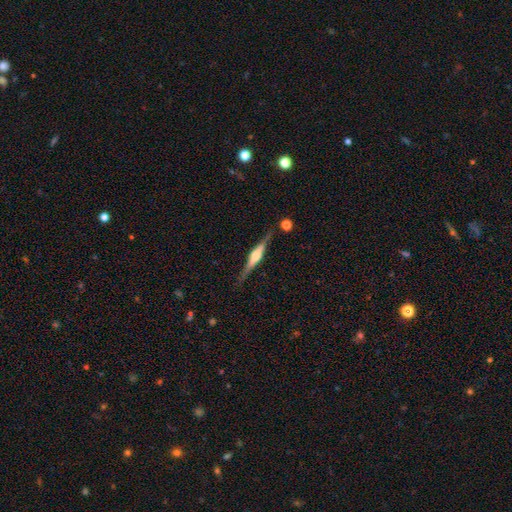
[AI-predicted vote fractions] Smooth or featured?
  - featured or disk: 78% *
  - smooth: 16%
  - star or artifact: 6%
Edge-on disk?
  - yes: 98% *
  - no: 2%
Edge-on bulge?
  - rounded: 74% *
  - boxy: 21%
  - none: 4%
Merging?
  - none: 85% *
  - minor disturbance: 10%
  - merger: 3%
  - major disturbance: 2%